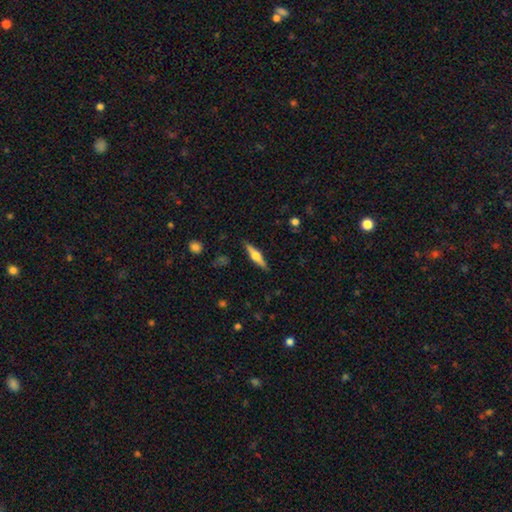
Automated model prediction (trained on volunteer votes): A featured or disk galaxy (65%) viewed edge-on (97%) with a rounded central bulge (92%).

Vote fractions:
- Smooth or featured? featured or disk: 65% / smooth: 29% / star or artifact: 6%
- Edge-on disk? yes: 97% / no: 3%
- Edge-on bulge? rounded: 92% / boxy: 6% / none: 2%
- Merging? none: 89% / minor disturbance: 8% / major disturbance: 2% / merger: 1%